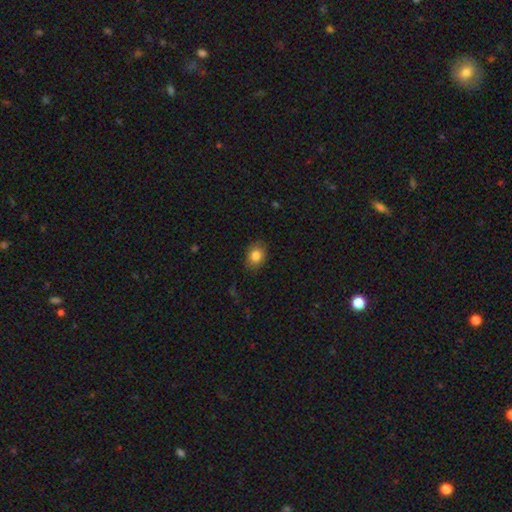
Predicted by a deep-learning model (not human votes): A smooth galaxy with no disk features (83%) that is in between round and cigar-shaped (55%).

Vote fractions:
- Smooth or featured? smooth: 83% / star or artifact: 9% / featured or disk: 7%
- How rounded? in between: 55% / round: 44% / cigar-shaped: 1%
- Merging? none: 85% / minor disturbance: 11% / major disturbance: 3% / merger: 1%